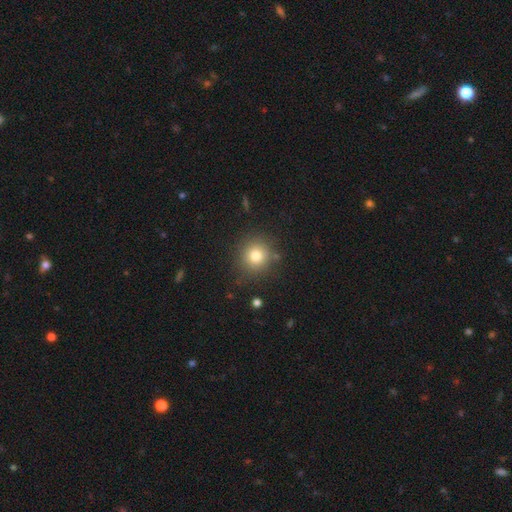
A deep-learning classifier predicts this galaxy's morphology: A smooth galaxy with no disk features (79%) that is round (90%).

Vote fractions:
- Smooth or featured? smooth: 79% / star or artifact: 13% / featured or disk: 8%
- How rounded? round: 90% / in between: 9% / cigar-shaped: 1%
- Merging? none: 85% / minor disturbance: 9% / major disturbance: 3% / merger: 3%